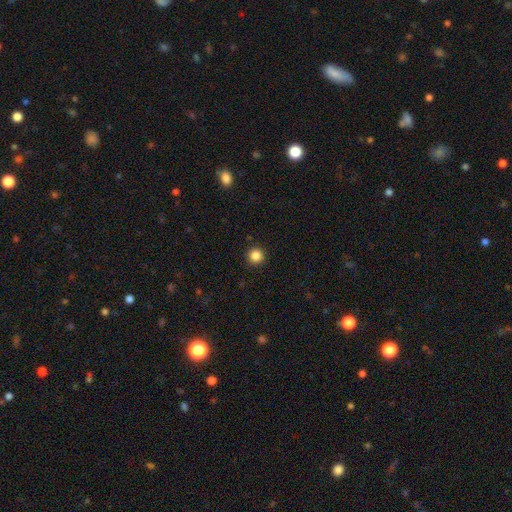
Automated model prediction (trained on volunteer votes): Q: Smooth or featured?
A: smooth (86%); runner-up: star or artifact (11%)
Q: How rounded?
A: round (96%); runner-up: in between (3%)
Q: Merging?
A: none (93%); runner-up: minor disturbance (5%)